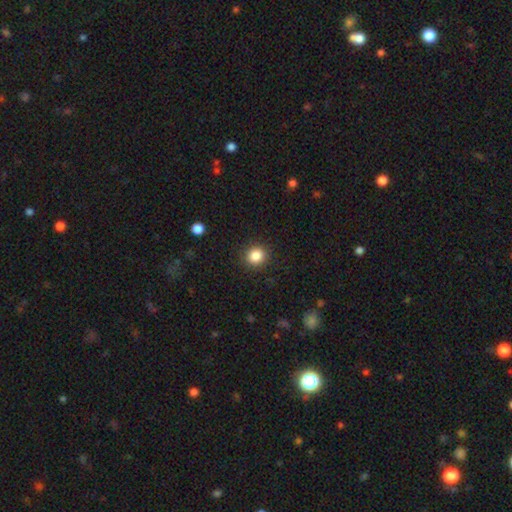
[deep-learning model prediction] A smooth galaxy with no disk features (85%) that is round (85%).

Vote fractions:
- Smooth or featured? smooth: 85% / star or artifact: 10% / featured or disk: 4%
- How rounded? round: 85% / in between: 14% / cigar-shaped: 1%
- Merging? none: 90% / minor disturbance: 6% / major disturbance: 2% / merger: 1%